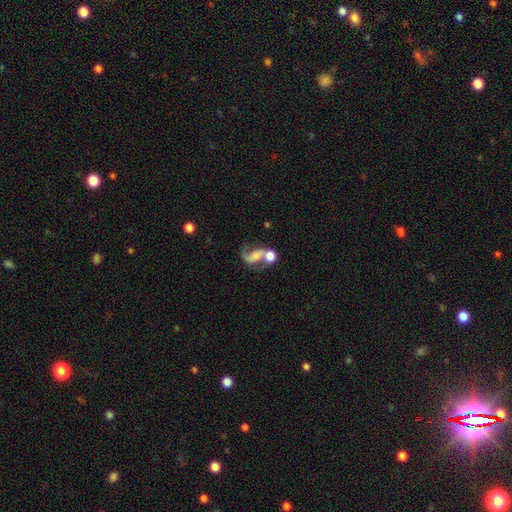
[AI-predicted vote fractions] Smooth or featured?
  - featured or disk: 63% *
  - smooth: 27%
  - star or artifact: 10%
Edge-on disk?
  - no: 97% *
  - yes: 3%
Bar?
  - no: 52% *
  - weak: 31%
  - strong: 17%
Spiral arms?
  - yes: 85% *
  - no: 15%
Spiral winding?
  - loose: 65% *
  - medium: 28%
  - tight: 7%
Spiral arm count?
  - 2: 71% *
  - 1: 22%
  - can't tell: 4%
  - 3: 1%
  - 4: 1%
  - more than 4: 1%
Bulge size?
  - small: 31% *
  - moderate: 29%
  - none: 24%
  - large: 12%
  - dominant: 4%
Merging?
  - merger: 46% *
  - none: 26%
  - major disturbance: 17%
  - minor disturbance: 11%